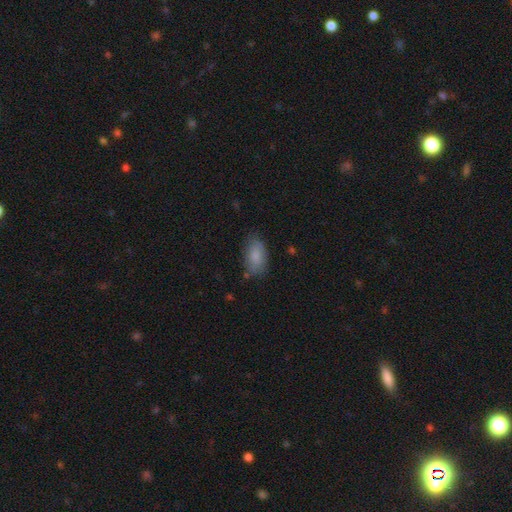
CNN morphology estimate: Smooth or featured?
  - smooth: 83% *
  - featured or disk: 10%
  - star or artifact: 7%
How rounded?
  - in between: 92% *
  - round: 4%
  - cigar-shaped: 3%
Merging?
  - none: 71% *
  - minor disturbance: 22%
  - major disturbance: 5%
  - merger: 2%